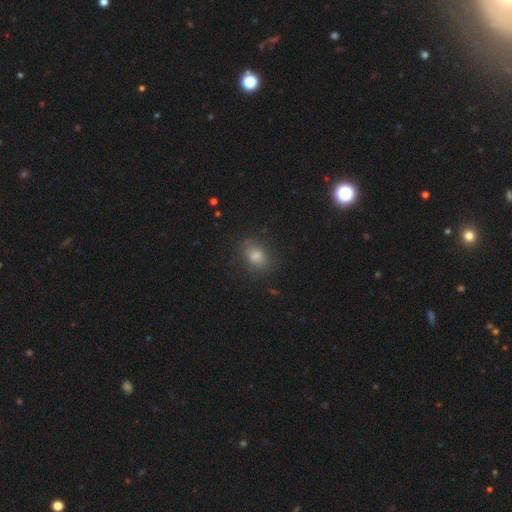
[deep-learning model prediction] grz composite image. It shows a smooth galaxy with no disk features (77%) that is in between round and cigar-shaped (57%). Merging: none (81%).